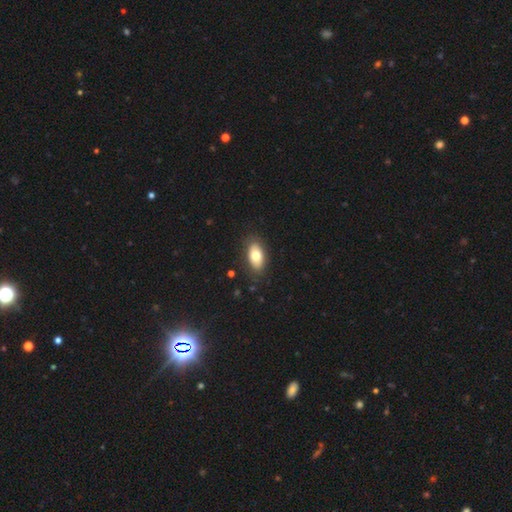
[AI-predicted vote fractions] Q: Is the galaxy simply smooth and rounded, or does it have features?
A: smooth — 74%.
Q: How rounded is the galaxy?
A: in between — 91%.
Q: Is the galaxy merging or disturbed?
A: none — 85%.